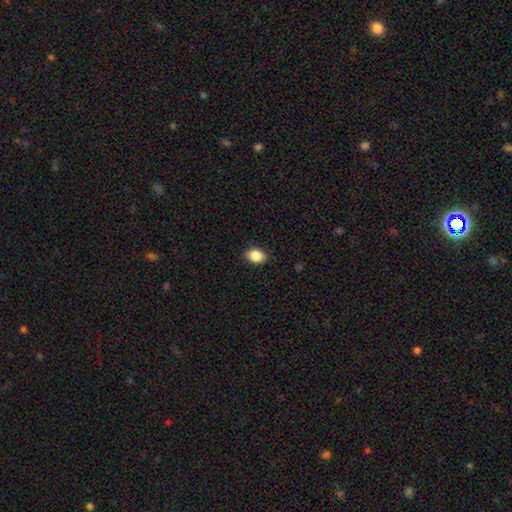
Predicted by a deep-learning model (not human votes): Smooth or featured: smooth — 86% (star or artifact — 9%)
How rounded: in between — 75% (round — 24%)
Merging: none — 87% (minor disturbance — 10%)